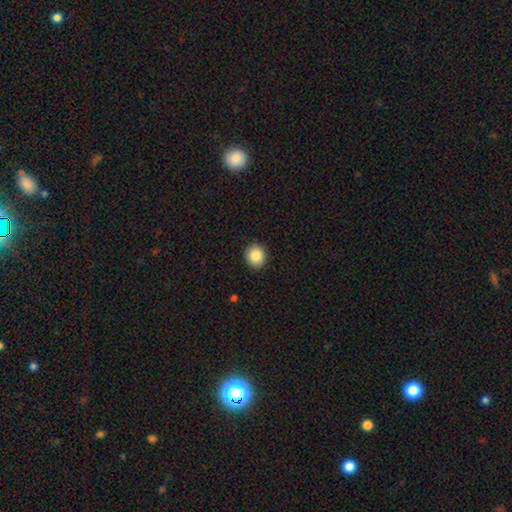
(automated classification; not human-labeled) Smooth or featured?
  - smooth: 86% *
  - star or artifact: 9%
  - featured or disk: 6%
How rounded?
  - round: 84% *
  - in between: 15%
  - cigar-shaped: 1%
Merging?
  - none: 91% *
  - minor disturbance: 7%
  - major disturbance: 2%
  - merger: 1%